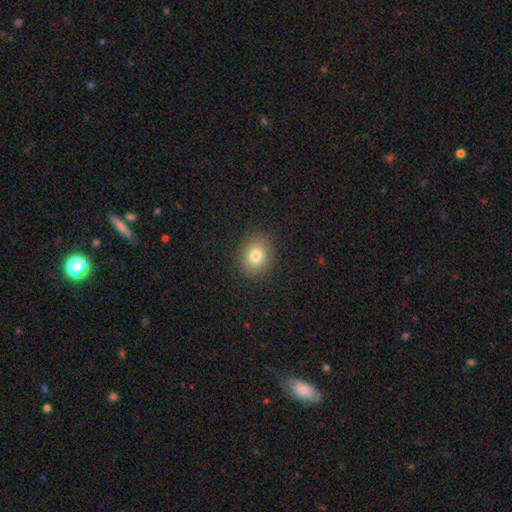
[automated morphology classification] Smooth or featured? Predicted: smooth (p=0.80). How rounded? Predicted: round (p=0.65). Merging? Predicted: none (p=0.88).